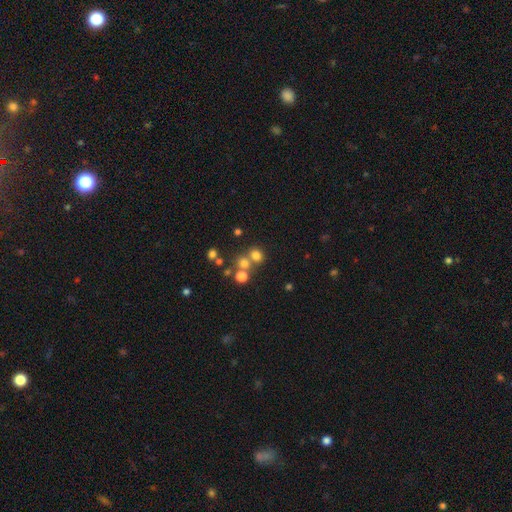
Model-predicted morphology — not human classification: A smooth galaxy with no disk features (69%) that is round (78%).

Vote fractions:
- Smooth or featured? smooth: 69% / star or artifact: 19% / featured or disk: 11%
- How rounded? round: 78% / in between: 21% / cigar-shaped: 1%
- Merging? none: 54% / merger: 33% / minor disturbance: 8% / major disturbance: 5%